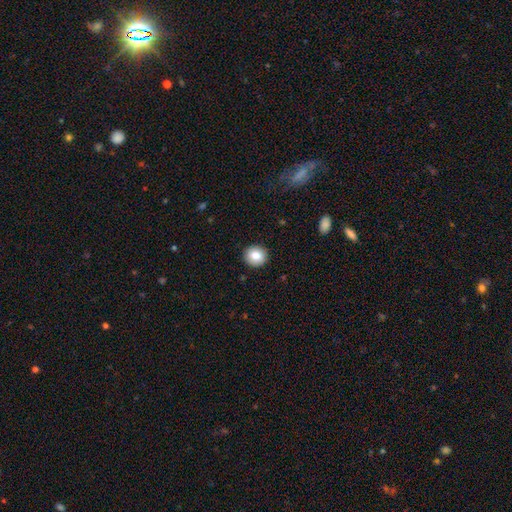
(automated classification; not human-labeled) The model was most divided on "how rounded": round: 85%, in between: 14%, cigar-shaped: 1%. More confident: merging — none (90%); smooth or featured — smooth (84%).